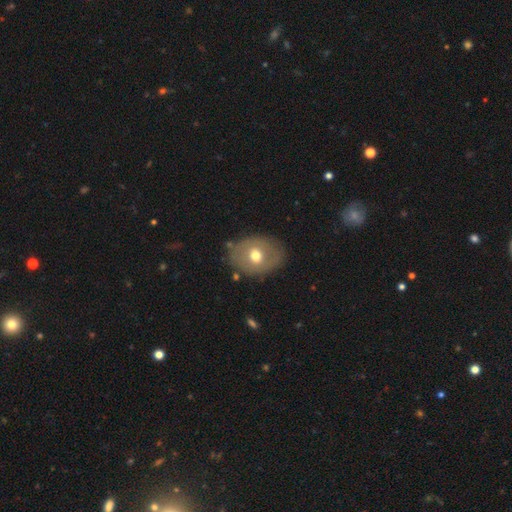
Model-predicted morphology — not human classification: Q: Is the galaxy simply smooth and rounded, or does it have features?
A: smooth — 58%.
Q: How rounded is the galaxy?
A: in between — 59%.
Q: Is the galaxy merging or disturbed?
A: none — 79%.